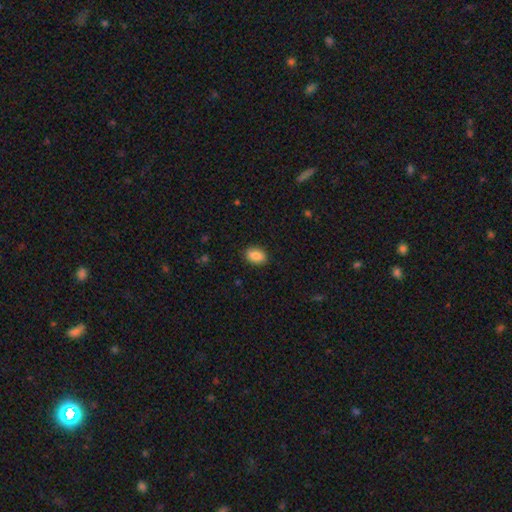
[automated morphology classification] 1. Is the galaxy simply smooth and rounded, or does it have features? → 88% smooth, 7% star or artifact, 4% featured or disk.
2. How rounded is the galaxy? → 85% in between, 13% round, 2% cigar-shaped.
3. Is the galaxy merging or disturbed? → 88% none, 9% minor disturbance, 2% major disturbance, 1% merger.